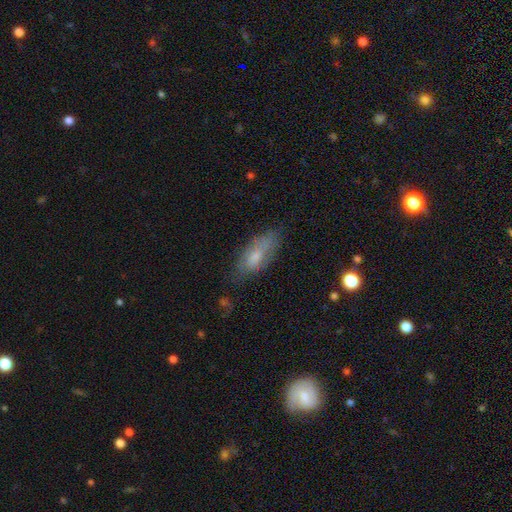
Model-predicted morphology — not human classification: The model was most divided on "merging": none: 63%, minor disturbance: 26%, major disturbance: 9%, merger: 2%. More confident: how rounded — in between (79%); smooth or featured — smooth (65%).